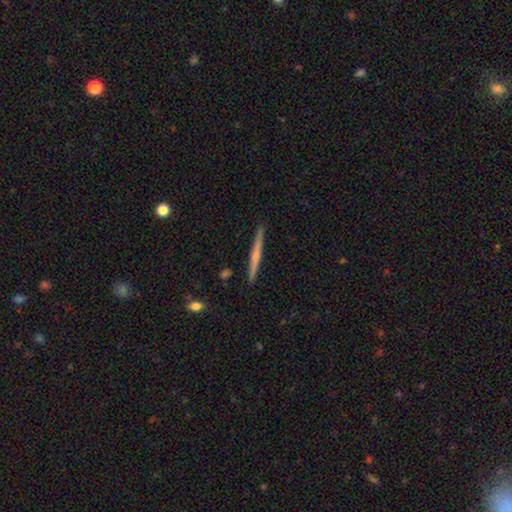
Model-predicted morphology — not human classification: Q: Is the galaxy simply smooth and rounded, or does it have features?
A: featured or disk — 58%.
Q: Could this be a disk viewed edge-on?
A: yes — 98%.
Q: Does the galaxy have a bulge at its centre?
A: rounded — 51%.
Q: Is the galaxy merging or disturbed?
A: none — 92%.